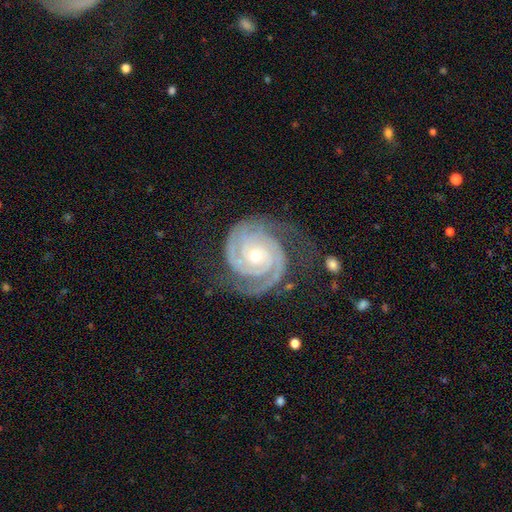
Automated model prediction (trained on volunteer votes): A featured or disk galaxy (93%) with no bar (73%), 2 (62%) tight (80%) spiral arms (99%) and a small central bulge (54%).

Vote fractions:
- Smooth or featured? featured or disk: 93% / star or artifact: 4% / smooth: 3%
- Edge-on disk? no: 98% / yes: 2%
- Bar? no: 73% / weak: 19% / strong: 8%
- Spiral arms? yes: 99% / no: 1%
- Spiral winding? tight: 80% / medium: 18% / loose: 3%
- Spiral arm count? 2: 62% / 3: 19% / can't tell: 7% / 4: 5% / 1: 4% / more than 4: 4%
- Bulge size? small: 54% / moderate: 43% / large: 1% / none: 1% / dominant: 1%
- Merging? none: 71% / minor disturbance: 18% / major disturbance: 9% / merger: 2%